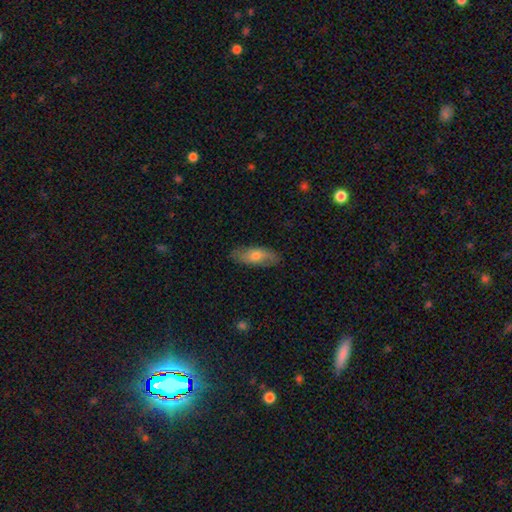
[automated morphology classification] A smooth galaxy with no disk features (61%) that is in between round and cigar-shaped (76%). Merging: none (83%).